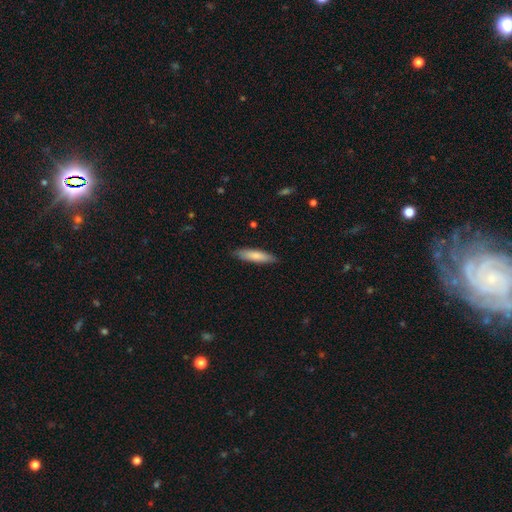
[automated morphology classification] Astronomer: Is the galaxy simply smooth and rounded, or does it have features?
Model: smooth — 80%.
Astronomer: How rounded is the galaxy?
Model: cigar-shaped — 77%.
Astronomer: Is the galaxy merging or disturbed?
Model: none — 86%.